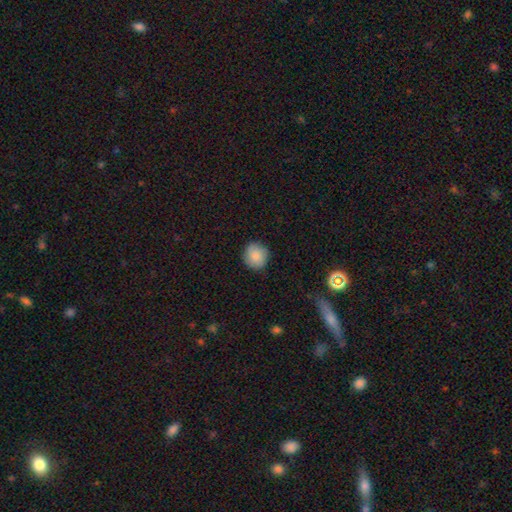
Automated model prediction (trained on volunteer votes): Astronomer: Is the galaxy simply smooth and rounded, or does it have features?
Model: smooth — 85%.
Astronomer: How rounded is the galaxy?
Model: round — 87%.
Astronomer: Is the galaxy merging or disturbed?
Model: none — 86%.